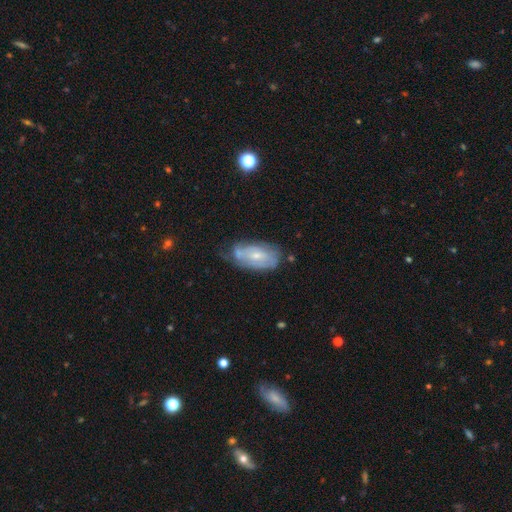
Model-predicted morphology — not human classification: type=featured or disk (56%); edge-on=no (91%); bar=no (62%); spiral arms=yes (62%); bulge=small (60%); merging=none (48%).